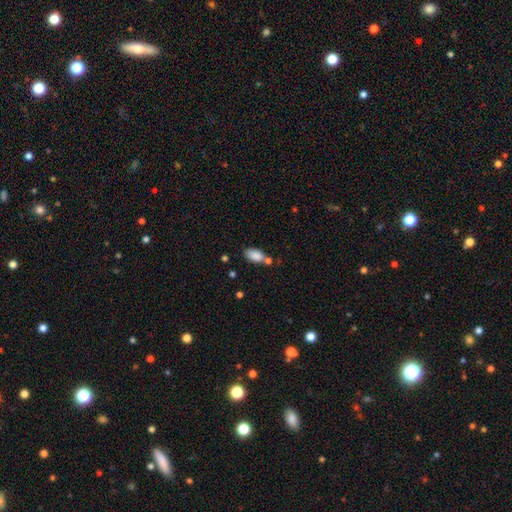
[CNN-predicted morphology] type=smooth (86%); roundness=in between (91%); merging=none (58%).